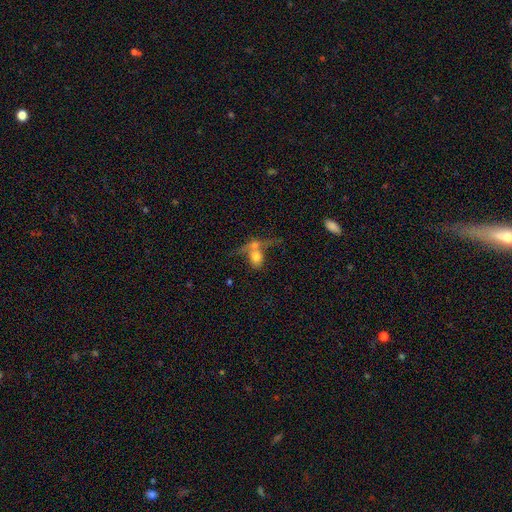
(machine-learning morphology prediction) smooth 60%, featured or disk 29%, star or artifact 12%. Down the decision tree: how rounded — in between (51%); merging — merger (58%).